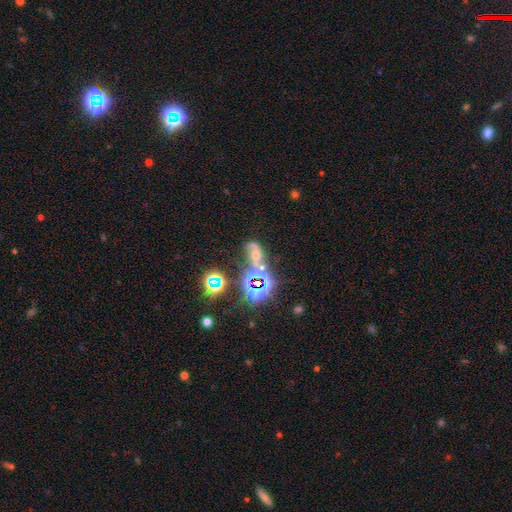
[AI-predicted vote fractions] This appears to be a star or artifact, not a galaxy (37%).